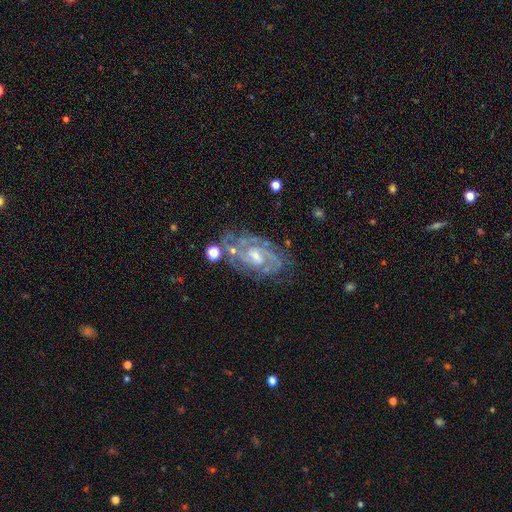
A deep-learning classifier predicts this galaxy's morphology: featured or disk 86%, smooth 7%, star or artifact 7%. Down the decision tree: edge-on disk — no (96%); bar — weak (45%); spiral arms — yes (95%); spiral arm count — 2 (43%); spiral winding — tight (61%); bulge size — small (52%); merging — none (66%).